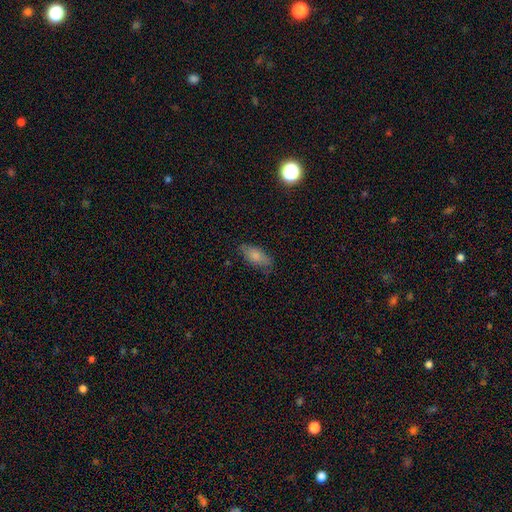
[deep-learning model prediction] Smooth or featured? Predicted: smooth (p=0.76). How rounded? Predicted: in between (p=0.84). Merging? Predicted: none (p=0.76).